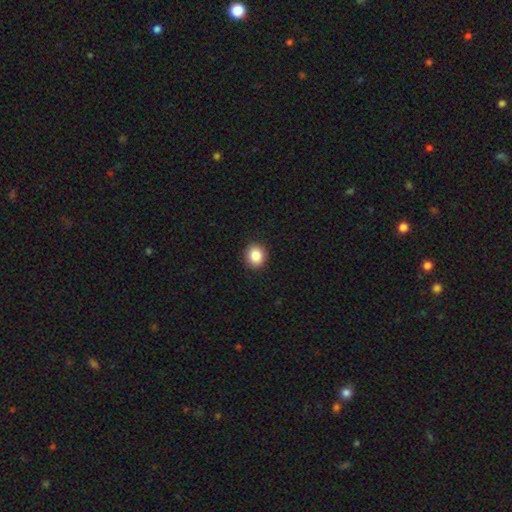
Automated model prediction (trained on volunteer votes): smooth_or_featured: smooth (p=0.87) [alt: star or artifact p=0.09]
how_rounded: round (p=0.79) [alt: in between p=0.20]
merging: none (p=0.92) [alt: minor disturbance p=0.06]